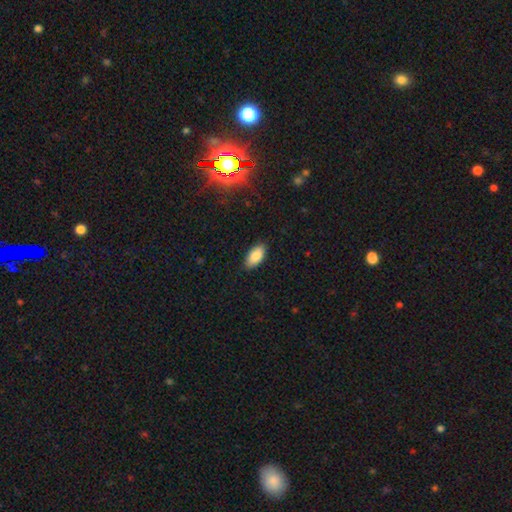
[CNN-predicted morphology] Q: Smooth or featured?
A: smooth (86%); runner-up: featured or disk (7%)
Q: How rounded?
A: in between (93%); runner-up: cigar-shaped (5%)
Q: Merging?
A: none (87%); runner-up: minor disturbance (10%)